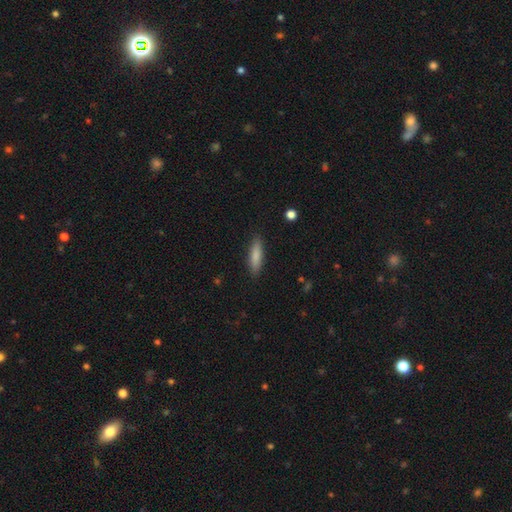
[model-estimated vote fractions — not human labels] Morphology: type=smooth (82%); roundness=cigar-shaped (70%); merging=none (88%).